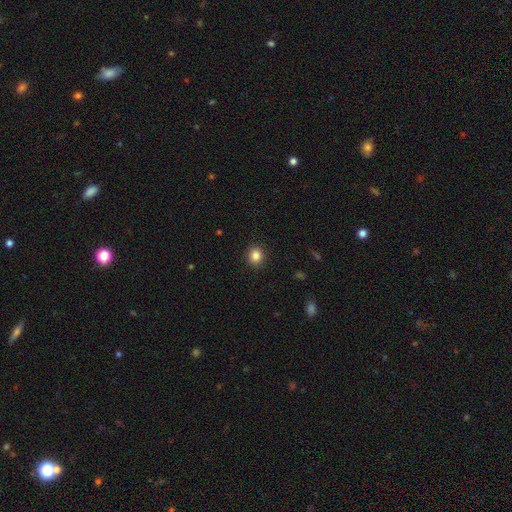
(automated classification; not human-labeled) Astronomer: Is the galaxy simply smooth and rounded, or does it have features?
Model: smooth — 85%.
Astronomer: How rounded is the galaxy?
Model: round — 84%.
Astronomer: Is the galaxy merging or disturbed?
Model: none — 92%.